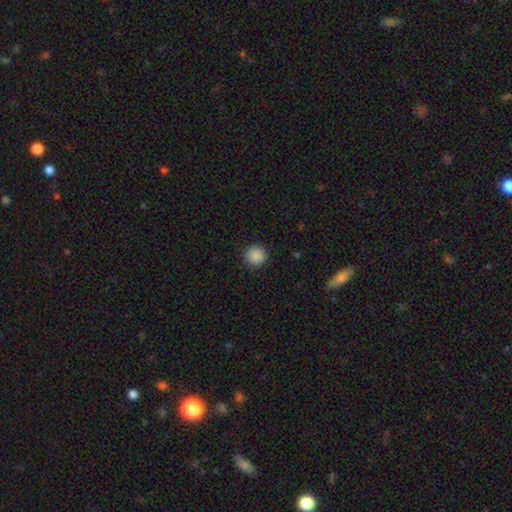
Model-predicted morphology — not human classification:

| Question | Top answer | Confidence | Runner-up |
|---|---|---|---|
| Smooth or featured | smooth | 88% | star or artifact (9%) |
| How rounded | round | 94% | in between (5%) |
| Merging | none | 91% | minor disturbance (6%) |